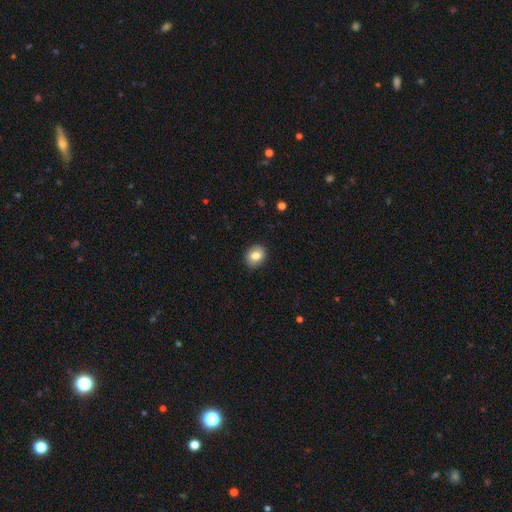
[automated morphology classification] The model was most divided on "how rounded": round: 55%, in between: 44%, cigar-shaped: 1%. More confident: merging — none (88%); smooth or featured — smooth (81%).